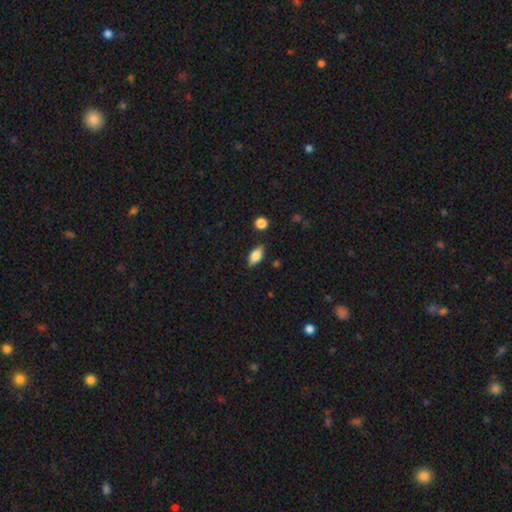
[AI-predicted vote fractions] smooth 79%, featured or disk 14%, star or artifact 7%. Down the decision tree: how rounded — in between (87%); merging — none (83%).